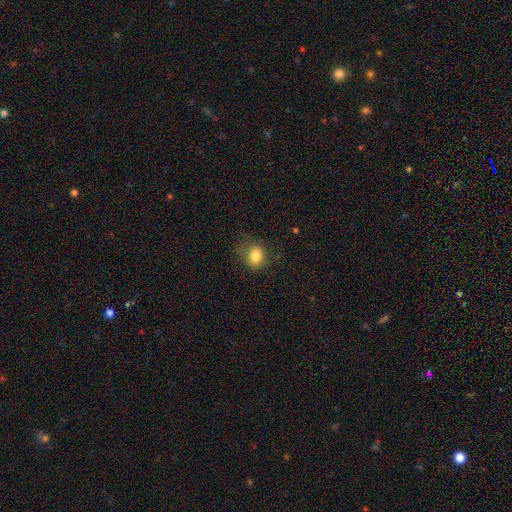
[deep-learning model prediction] Smooth or featured? Predicted: smooth (p=0.82). How rounded? Predicted: in between (p=0.52). Merging? Predicted: none (p=0.63).